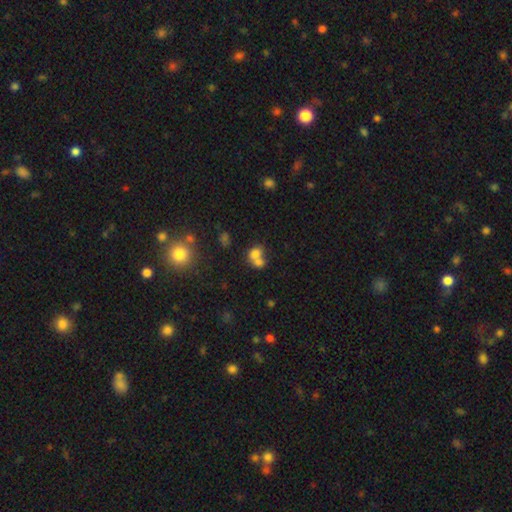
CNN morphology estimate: Q: Smooth or featured?
A: smooth (72%); runner-up: featured or disk (15%)
Q: How rounded?
A: in between (50%); runner-up: round (49%)
Q: Merging?
A: merger (64%); runner-up: none (25%)